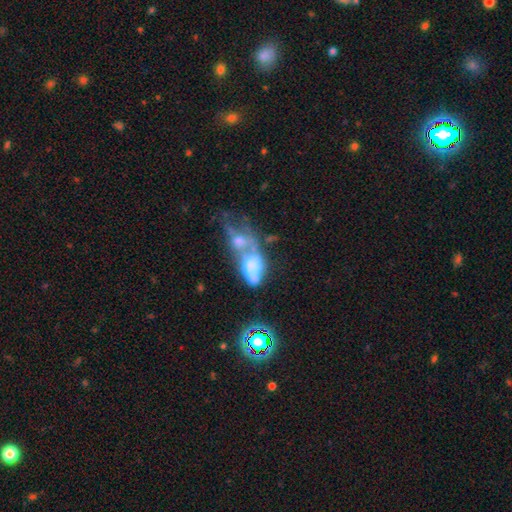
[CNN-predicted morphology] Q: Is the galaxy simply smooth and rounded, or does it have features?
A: featured or disk — 46%.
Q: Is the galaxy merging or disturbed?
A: merger — 69%.